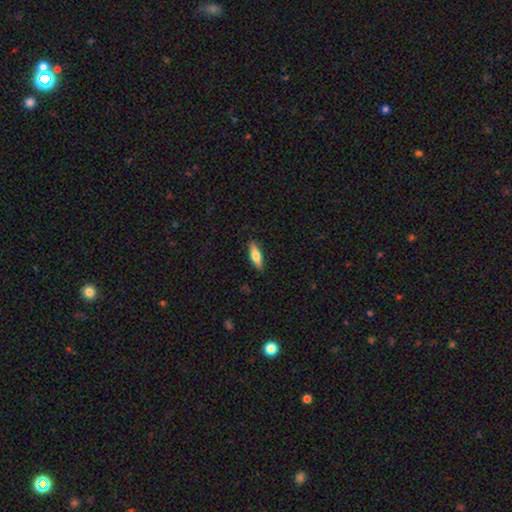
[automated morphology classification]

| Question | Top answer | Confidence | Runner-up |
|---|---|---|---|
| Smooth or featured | smooth | 69% | featured or disk (25%) |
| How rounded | in between | 54% | cigar-shaped (44%) |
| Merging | none | 88% | minor disturbance (9%) |